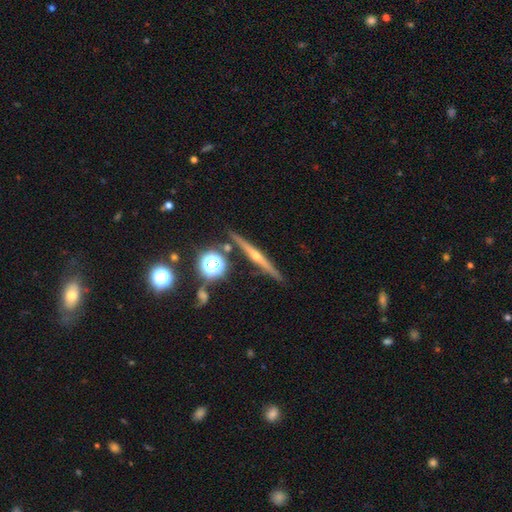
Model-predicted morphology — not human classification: smooth-or-featured: featured or disk: 73% | smooth: 16% | star or artifact: 10%
  disk-edge-on: yes: 97% | no: 3%
    edge-on-bulge: rounded: 85% | none: 11% | boxy: 4%
  merging: none: 89% | minor disturbance: 7% | merger: 2% | major disturbance: 2%